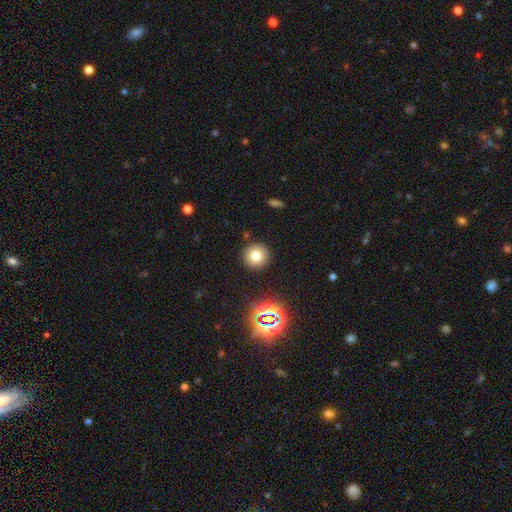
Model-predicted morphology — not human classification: smooth 75%, star or artifact 15%, featured or disk 9%. Down the decision tree: how rounded — round (94%); merging — none (90%).